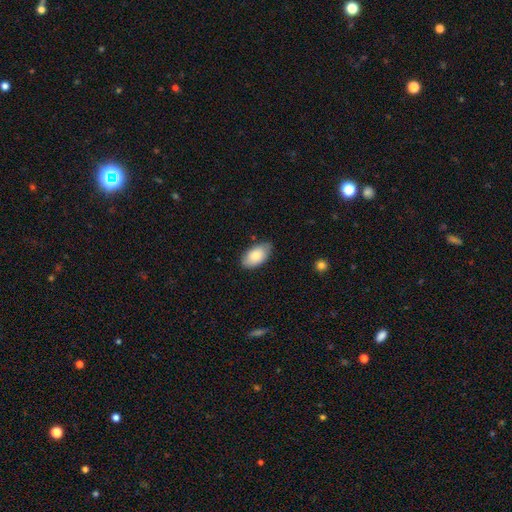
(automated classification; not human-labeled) The model was most divided on "merging": none: 77%, minor disturbance: 19%, major disturbance: 3%, merger: 1%. More confident: how rounded — in between (94%); smooth or featured — smooth (79%).